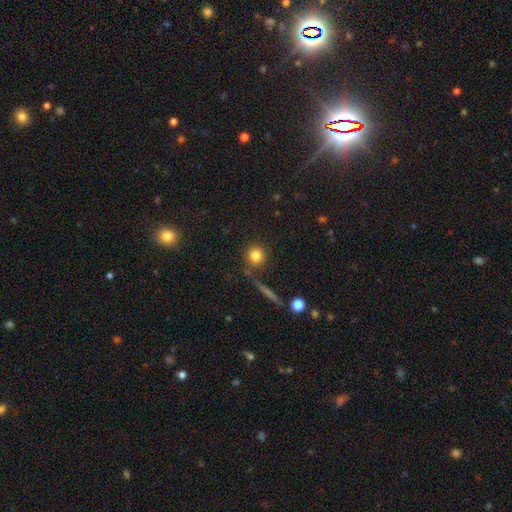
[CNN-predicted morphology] Smooth or featured? Predicted: smooth (p=0.81). How rounded? Predicted: round (p=0.93). Merging? Predicted: none (p=0.81).